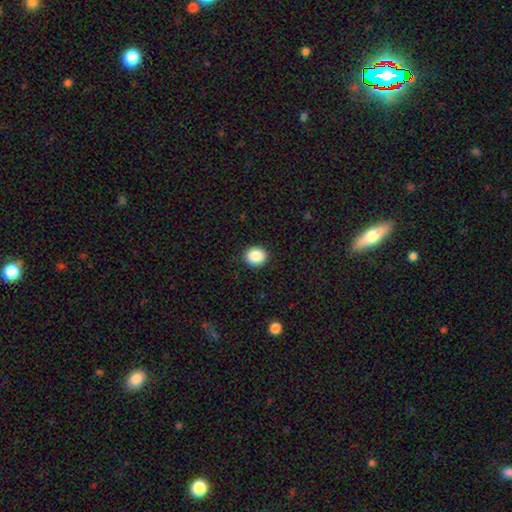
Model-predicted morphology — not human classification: The model was most divided on "how rounded": round: 75%, in between: 24%, cigar-shaped: 1%. More confident: merging — none (90%); smooth or featured — smooth (88%).